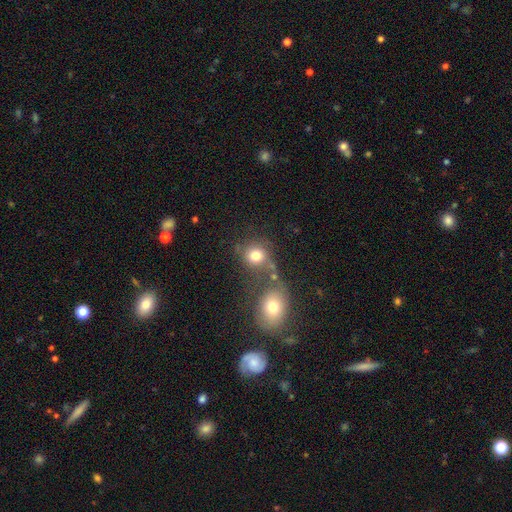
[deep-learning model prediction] This is likely a smooth galaxy (75%). How rounded: likely round (76%). Merging: possibly none (48%).